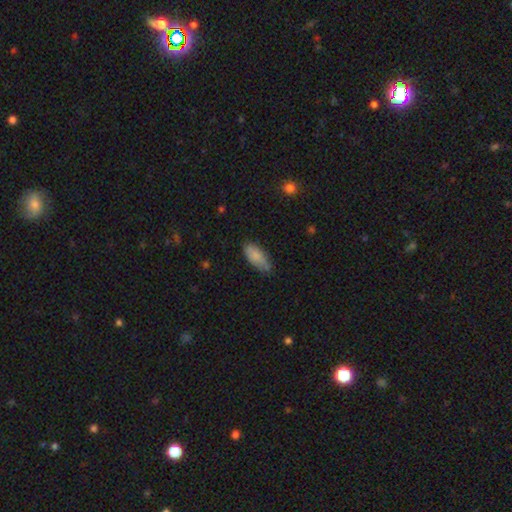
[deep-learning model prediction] smooth_or_featured: smooth (p=0.84) [alt: featured or disk p=0.10]
how_rounded: in between (p=0.84) [alt: cigar-shaped p=0.14]
merging: none (p=0.66) [alt: minor disturbance p=0.28]